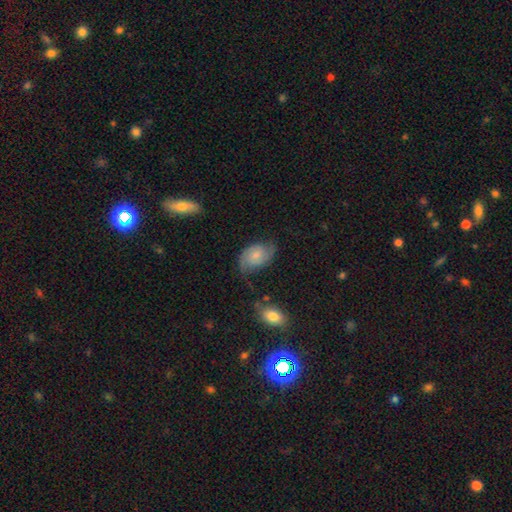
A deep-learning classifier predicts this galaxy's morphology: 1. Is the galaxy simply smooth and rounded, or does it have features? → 67% featured or disk, 26% smooth, 7% star or artifact.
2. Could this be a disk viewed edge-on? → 97% no, 3% yes.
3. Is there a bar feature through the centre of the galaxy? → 63% no, 32% weak, 4% strong.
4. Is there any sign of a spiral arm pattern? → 93% yes, 7% no.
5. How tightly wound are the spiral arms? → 47% medium, 31% tight, 22% loose.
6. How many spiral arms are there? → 87% 2, 7% can't tell, 2% 1, 2% 3, 1% 4, 1% more than 4.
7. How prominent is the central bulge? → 52% small, 33% moderate, 10% none, 4% large, 2% dominant.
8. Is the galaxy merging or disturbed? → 64% none, 24% minor disturbance, 9% major disturbance, 3% merger.